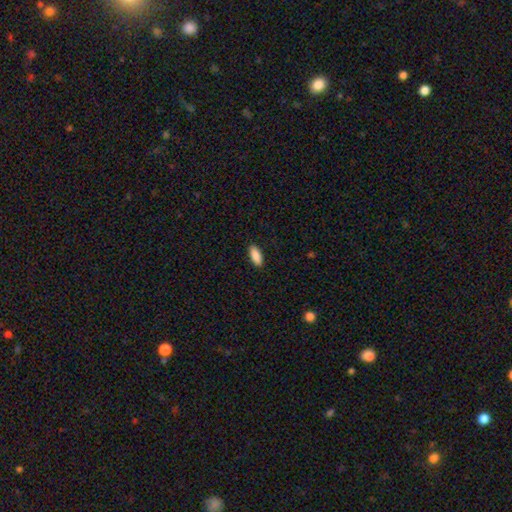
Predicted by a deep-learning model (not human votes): A smooth galaxy with no disk features (90%) that is in between round and cigar-shaped (85%).

Vote fractions:
- Smooth or featured? smooth: 90% / star or artifact: 6% / featured or disk: 4%
- How rounded? in between: 85% / cigar-shaped: 13% / round: 2%
- Merging? none: 90% / minor disturbance: 7% / major disturbance: 2% / merger: 1%